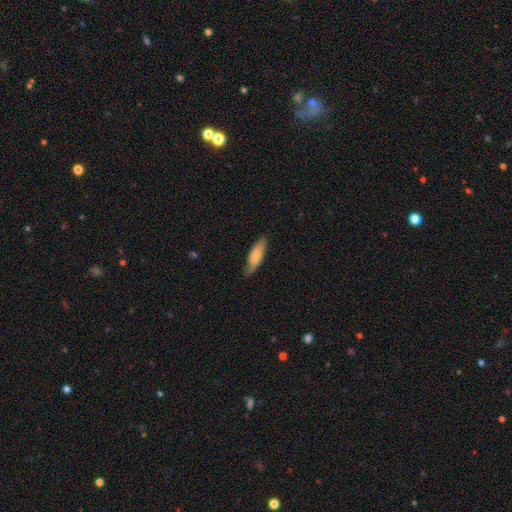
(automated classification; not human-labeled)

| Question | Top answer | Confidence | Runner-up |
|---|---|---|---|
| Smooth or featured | smooth | 76% | featured or disk (18%) |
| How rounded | in between | 53% | cigar-shaped (45%) |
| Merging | none | 76% | minor disturbance (20%) |